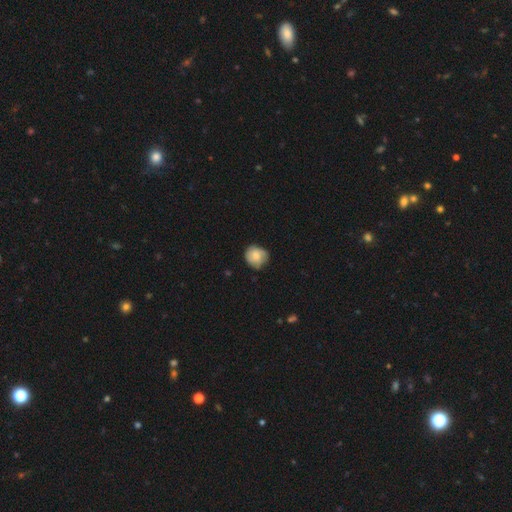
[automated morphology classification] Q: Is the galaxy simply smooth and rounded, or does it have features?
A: smooth — 72%.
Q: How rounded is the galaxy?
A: round — 82%.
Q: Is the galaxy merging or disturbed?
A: none — 68%.